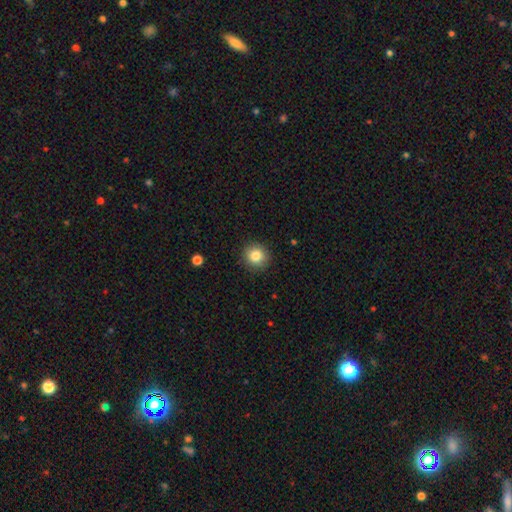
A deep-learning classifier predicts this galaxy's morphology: This is clearly a smooth galaxy (84%). How rounded: clearly round (92%). Merging: clearly none (91%).